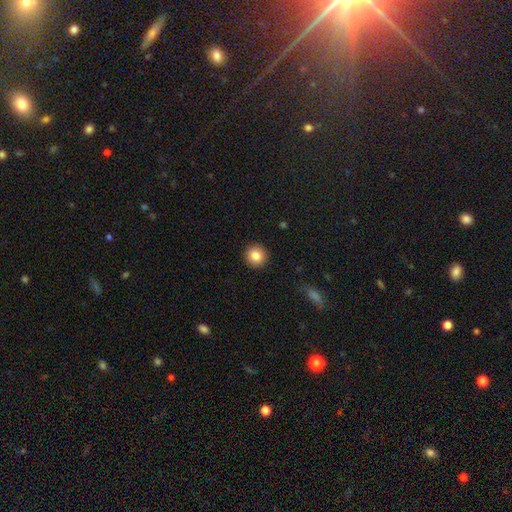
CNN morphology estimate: Smooth or featured? Predicted: smooth (p=0.84). How rounded? Predicted: round (p=0.94). Merging? Predicted: none (p=0.92).